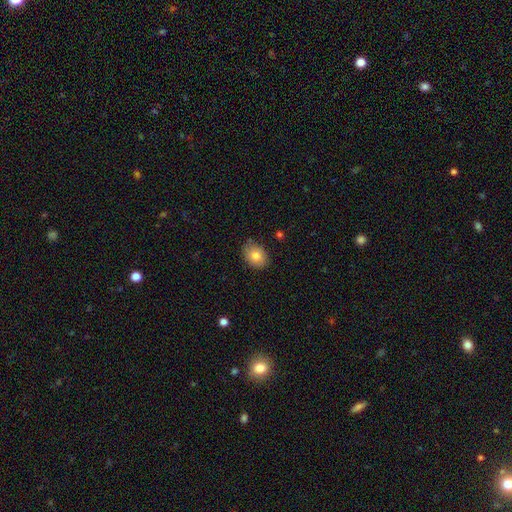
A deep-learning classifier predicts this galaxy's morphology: Smooth or featured?
  - smooth: 81% *
  - featured or disk: 10%
  - star or artifact: 8%
How rounded?
  - in between: 62% *
  - round: 38%
  - cigar-shaped: 1%
Merging?
  - none: 81% *
  - minor disturbance: 15%
  - major disturbance: 3%
  - merger: 2%